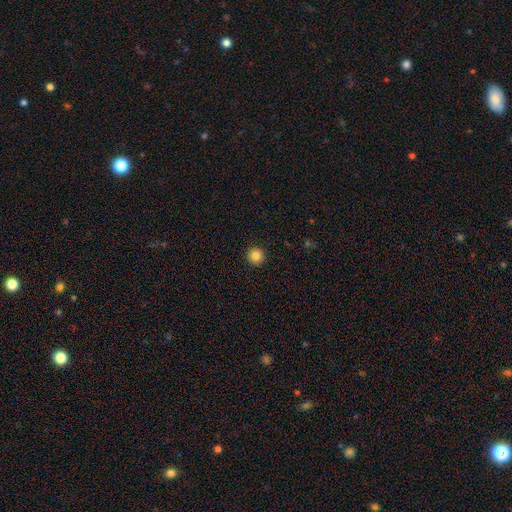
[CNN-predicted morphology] This is clearly a smooth galaxy (83%). How rounded: clearly round (96%). Merging: clearly none (93%).